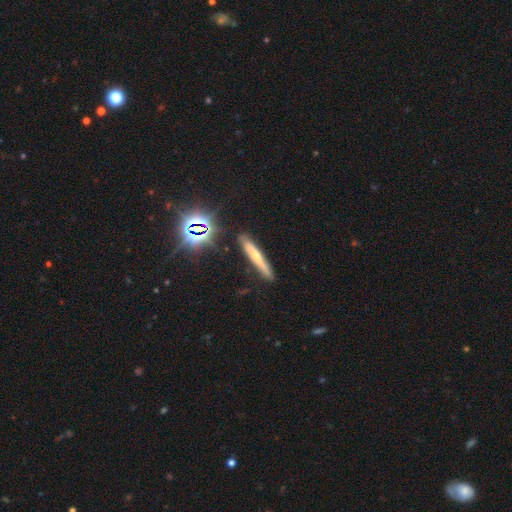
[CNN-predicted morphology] This appears to be a featured or disk galaxy (43%). Merging: none (85%).